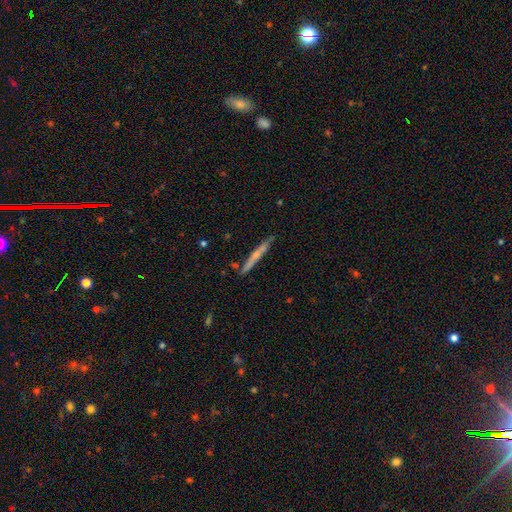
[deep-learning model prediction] Smooth or featured? Predicted: featured or disk (p=0.54). Edge-on disk? Predicted: yes (p=0.96). Edge-on bulge? Predicted: none (p=0.53). Merging? Predicted: none (p=0.86).